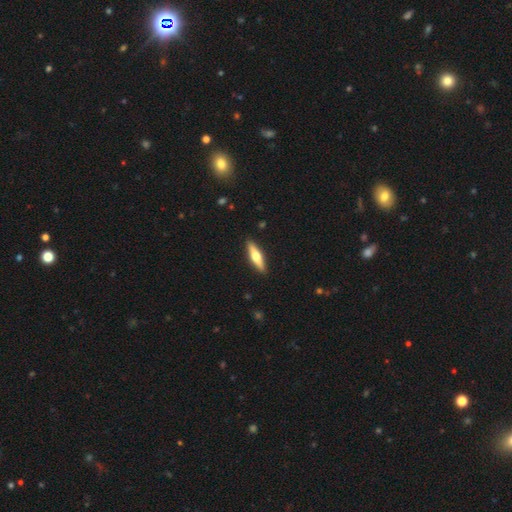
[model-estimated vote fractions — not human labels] Smooth or featured? Predicted: featured or disk (p=0.51). Edge-on disk? Predicted: yes (p=0.94). Merging? Predicted: none (p=0.91).